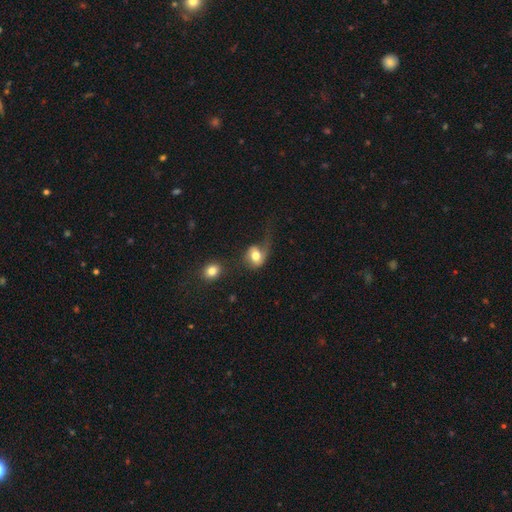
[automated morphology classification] Smooth or featured: smooth — 64% (featured or disk — 27%)
How rounded: round — 55% (in between — 44%)
Merging: major disturbance — 45% (none — 27%)